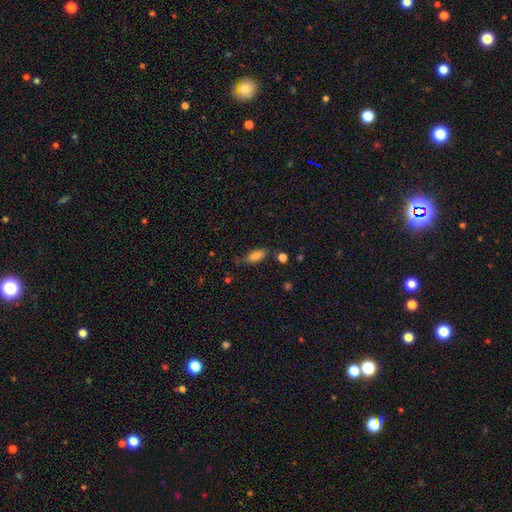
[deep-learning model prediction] Q: Smooth or featured?
A: smooth (82%); runner-up: featured or disk (9%)
Q: How rounded?
A: in between (82%); runner-up: cigar-shaped (15%)
Q: Merging?
A: none (68%); runner-up: minor disturbance (23%)